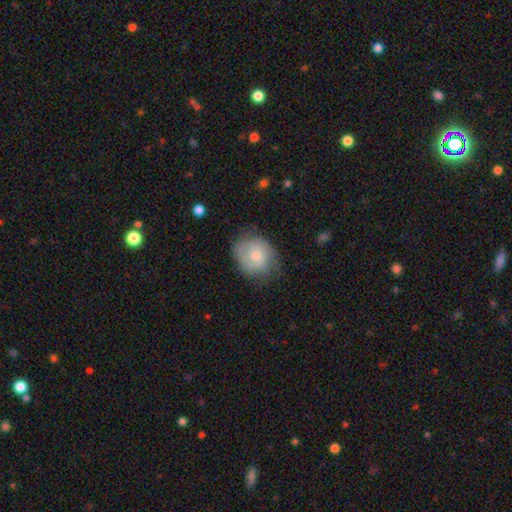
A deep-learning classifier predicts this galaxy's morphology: smooth-or-featured: featured or disk: 57% | smooth: 36% | star or artifact: 7%
  disk-edge-on: no: 98% | yes: 2%
    bar: no: 70% | weak: 27% | strong: 3%
    has-spiral-arms: yes: 88% | no: 12%
    bulge-size: small: 58% | moderate: 34% | none: 5% | large: 3% | dominant: 1%
  merging: none: 66% | minor disturbance: 23% | major disturbance: 9% | merger: 1%